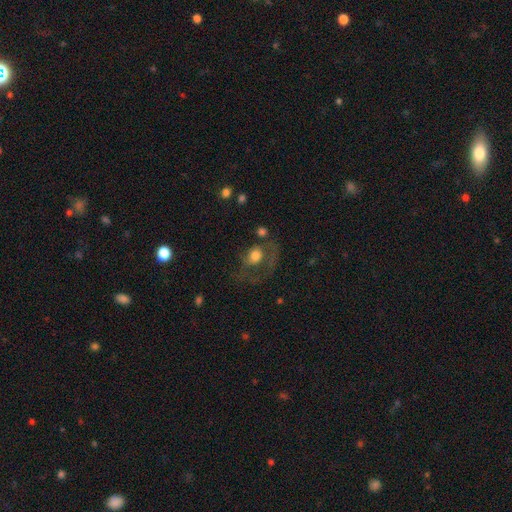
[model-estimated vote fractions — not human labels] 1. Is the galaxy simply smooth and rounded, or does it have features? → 55% smooth, 34% featured or disk, 10% star or artifact.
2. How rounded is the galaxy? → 56% round, 43% in between, 1% cigar-shaped.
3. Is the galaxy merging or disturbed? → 39% major disturbance, 36% none, 18% minor disturbance, 7% merger.